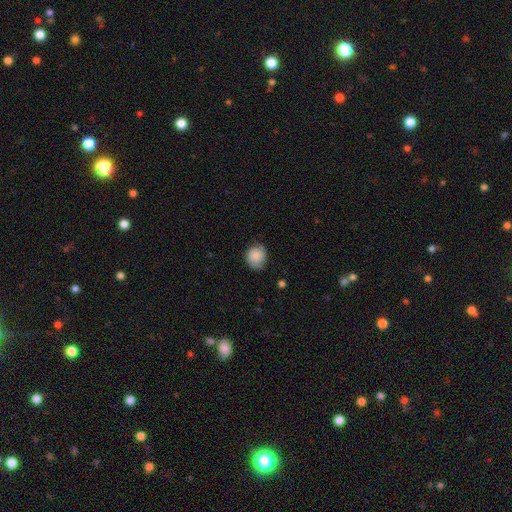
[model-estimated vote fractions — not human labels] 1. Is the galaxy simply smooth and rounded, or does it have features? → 84% smooth, 9% featured or disk, 7% star or artifact.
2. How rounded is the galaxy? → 77% round, 22% in between, 1% cigar-shaped.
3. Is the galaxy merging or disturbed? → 69% none, 26% minor disturbance, 4% major disturbance, 1% merger.